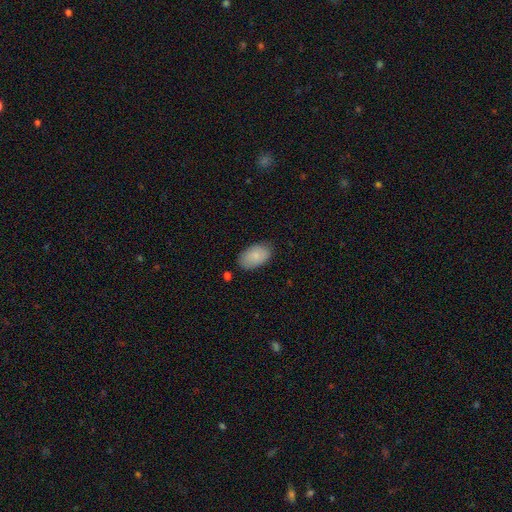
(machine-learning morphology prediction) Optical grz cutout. It shows a smooth galaxy with no disk features (86%) that is in between round and cigar-shaped (94%). Merging: none (81%).